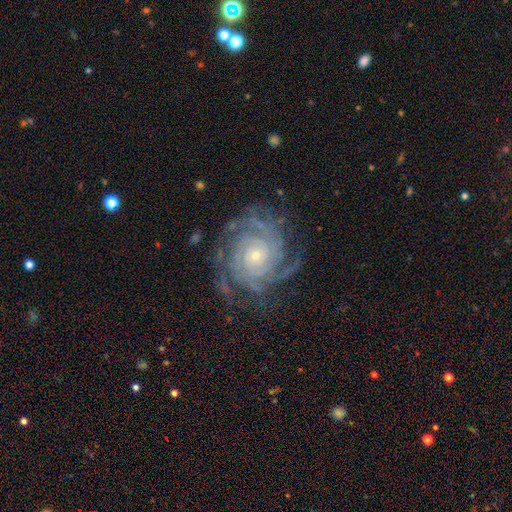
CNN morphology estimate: type=featured or disk (89%); edge-on=no (97%); bar=no (80%); spiral arms=yes (98%); winding=tight (78%); arm count=4 (25%); bulge=small (76%); merging=none (75%).